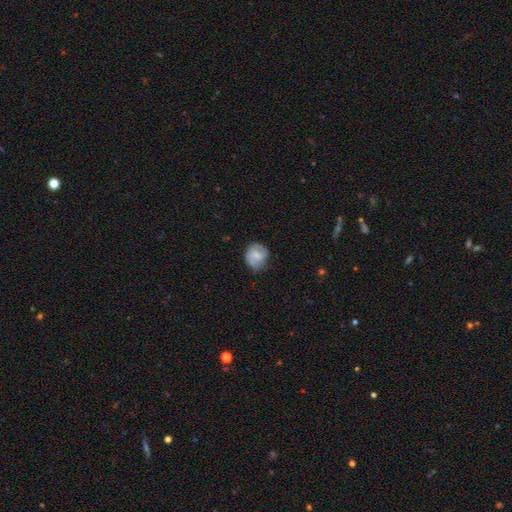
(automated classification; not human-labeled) smooth-or-featured: smooth: 56% | featured or disk: 37% | star or artifact: 7%
  how-rounded: round: 74% | in between: 25% | cigar-shaped: 1%
  merging: none: 62% | minor disturbance: 28% | major disturbance: 8% | merger: 2%